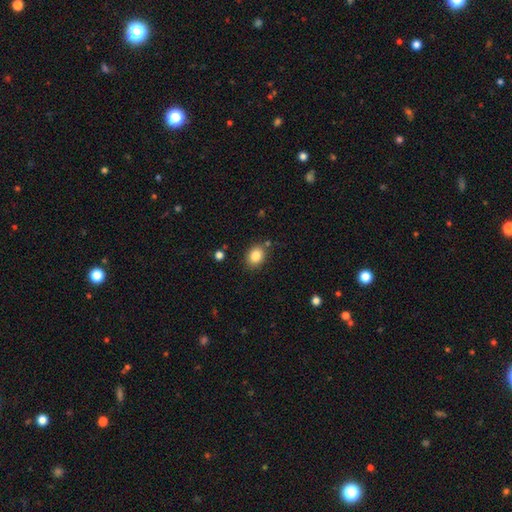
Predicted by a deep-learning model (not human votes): This appears to be a smooth galaxy with no disk features (86%) that is in between round and cigar-shaped (60%). Merging: none (82%).